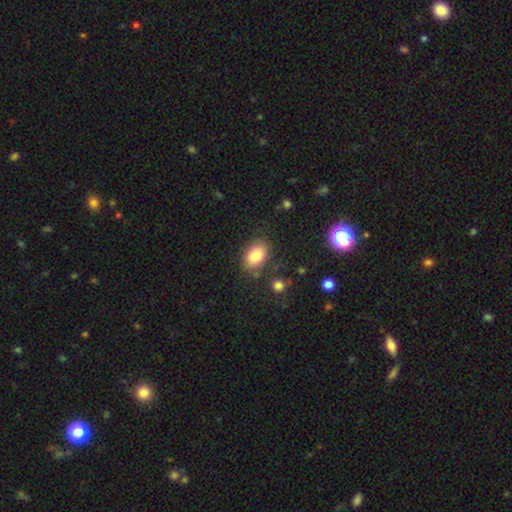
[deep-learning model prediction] Q: Smooth or featured?
A: smooth (83%); runner-up: featured or disk (9%)
Q: How rounded?
A: in between (81%); runner-up: round (18%)
Q: Merging?
A: none (79%); runner-up: minor disturbance (13%)